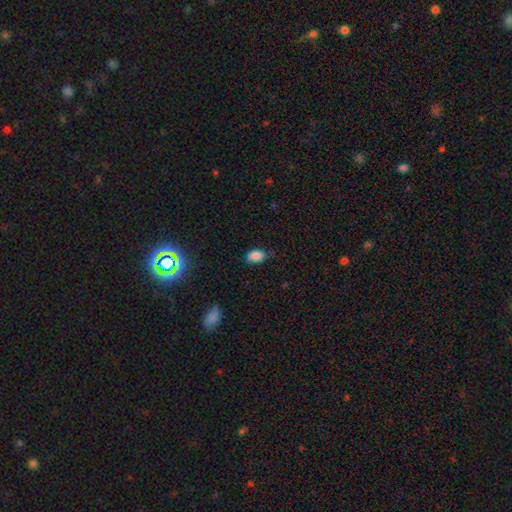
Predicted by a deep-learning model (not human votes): Smooth or featured? Predicted: smooth (p=0.83). How rounded? Predicted: in between (p=0.86). Merging? Predicted: none (p=0.61).